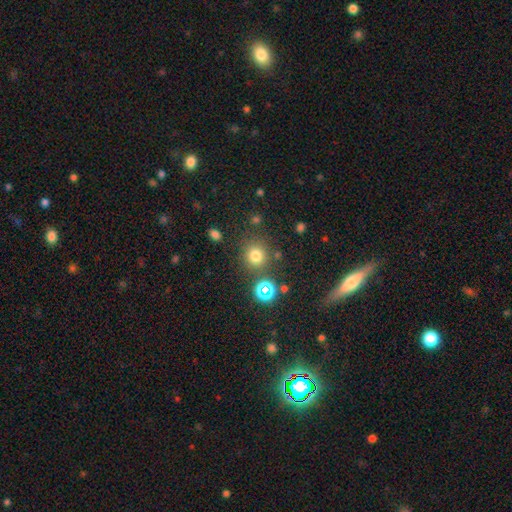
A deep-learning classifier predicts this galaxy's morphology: smooth-or-featured: smooth: 74% | star or artifact: 20% | featured or disk: 7%
  how-rounded: round: 90% | in between: 9% | cigar-shaped: 1%
  merging: none: 81% | minor disturbance: 9% | merger: 6% | major disturbance: 4%